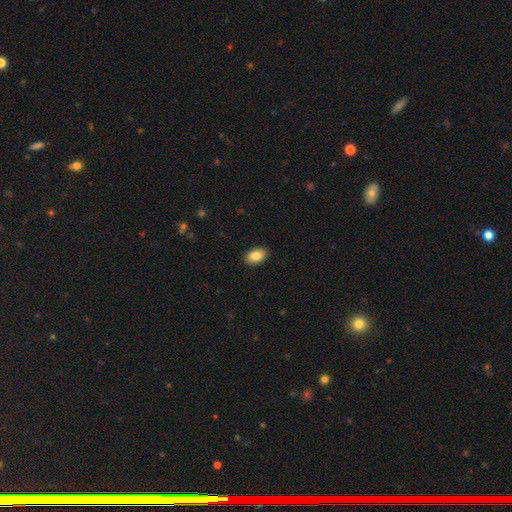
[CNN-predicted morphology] type=smooth (86%); roundness=in between (92%); merging=none (90%).